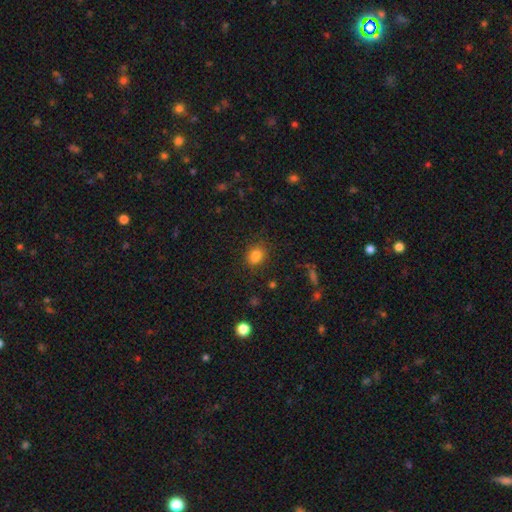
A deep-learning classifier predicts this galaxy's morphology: A smooth galaxy with no disk features (82%) that is in between round and cigar-shaped (57%). Merging: none (80%).